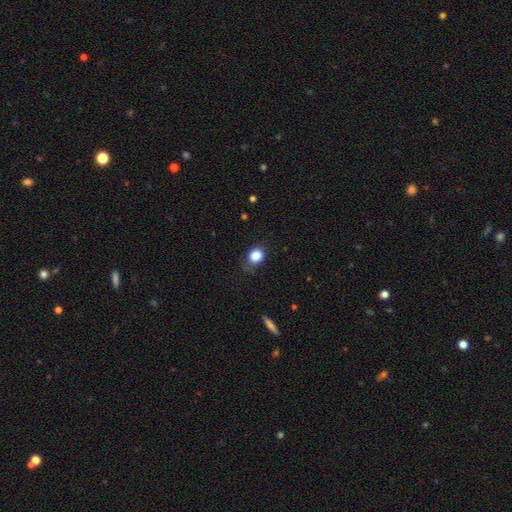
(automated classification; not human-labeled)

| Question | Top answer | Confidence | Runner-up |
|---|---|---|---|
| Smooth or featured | smooth | 84% | star or artifact (10%) |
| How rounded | round | 58% | in between (41%) |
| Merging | none | 68% | minor disturbance (23%) |